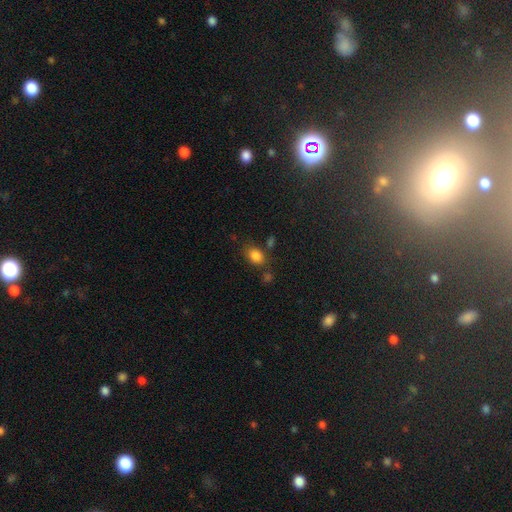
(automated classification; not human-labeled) Smooth or featured?
  - smooth: 84% *
  - star or artifact: 10%
  - featured or disk: 5%
How rounded?
  - in between: 76% *
  - round: 23%
  - cigar-shaped: 1%
Merging?
  - none: 70% *
  - minor disturbance: 15%
  - merger: 9%
  - major disturbance: 5%